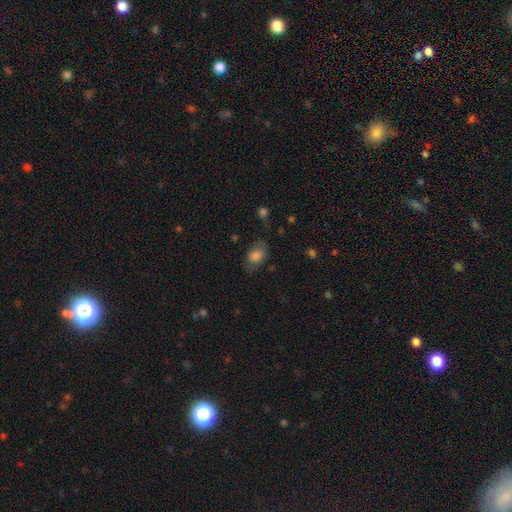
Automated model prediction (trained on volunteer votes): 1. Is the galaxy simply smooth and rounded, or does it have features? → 76% smooth, 15% featured or disk, 9% star or artifact.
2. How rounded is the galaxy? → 76% in between, 23% round, 1% cigar-shaped.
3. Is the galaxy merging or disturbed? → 60% none, 24% minor disturbance, 13% major disturbance, 3% merger.